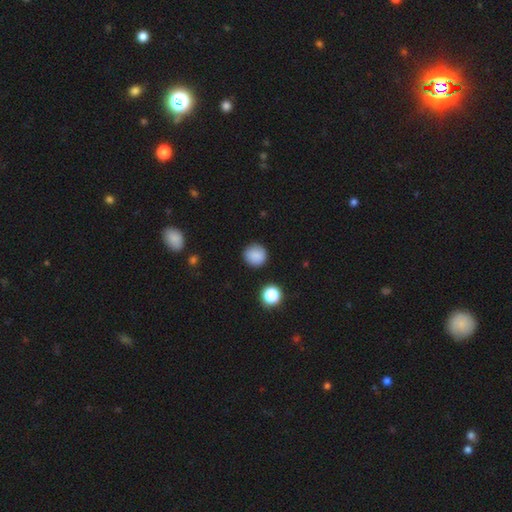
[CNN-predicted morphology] Smooth or featured: smooth — 86% (star or artifact — 10%)
How rounded: round — 92% (in between — 7%)
Merging: none — 89% (minor disturbance — 8%)